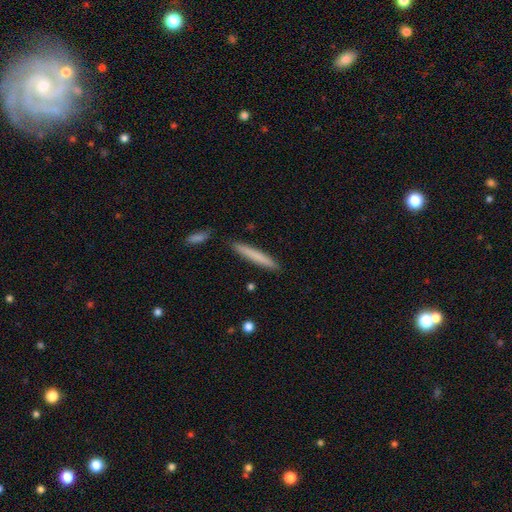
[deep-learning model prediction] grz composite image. It shows a smooth galaxy with no disk features (74%) that is cigar-shaped (96%). Merging: none (87%).